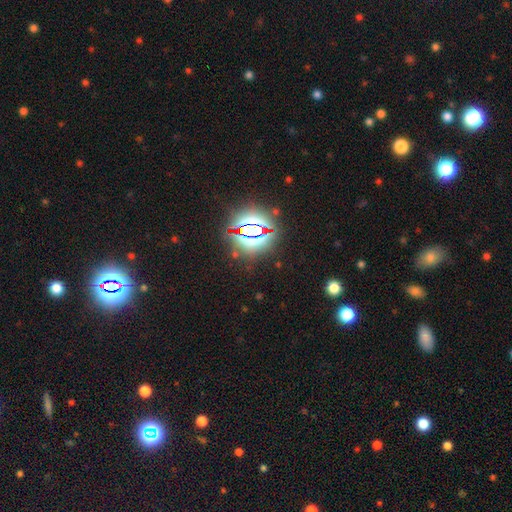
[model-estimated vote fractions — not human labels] Q: Smooth or featured?
A: star or artifact (82%); runner-up: smooth (11%)